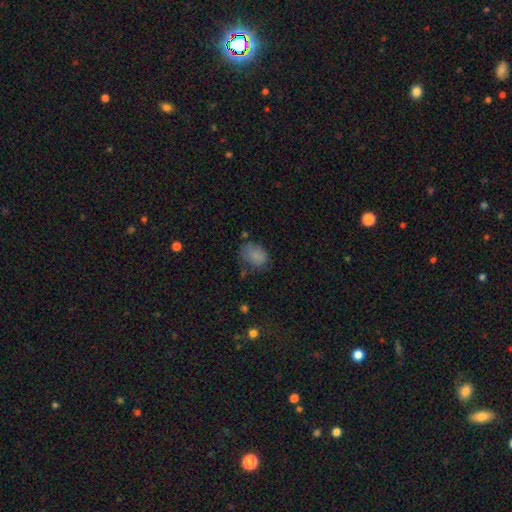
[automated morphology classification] Smooth or featured? Predicted: smooth (p=0.82). How rounded? Predicted: in between (p=0.73). Merging? Predicted: none (p=0.57).